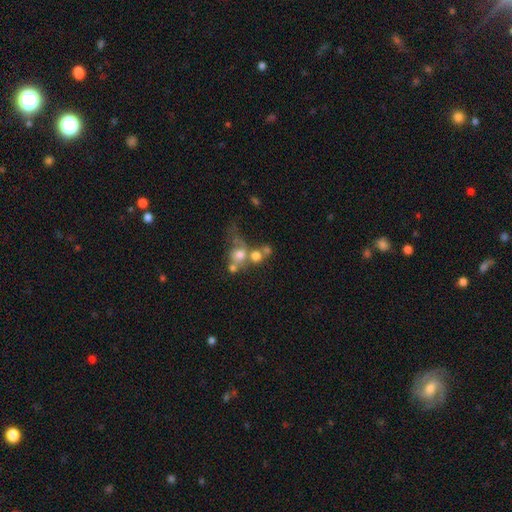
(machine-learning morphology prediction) smooth 63%, featured or disk 22%, star or artifact 15%. Down the decision tree: how rounded — round (77%); merging — merger (51%).